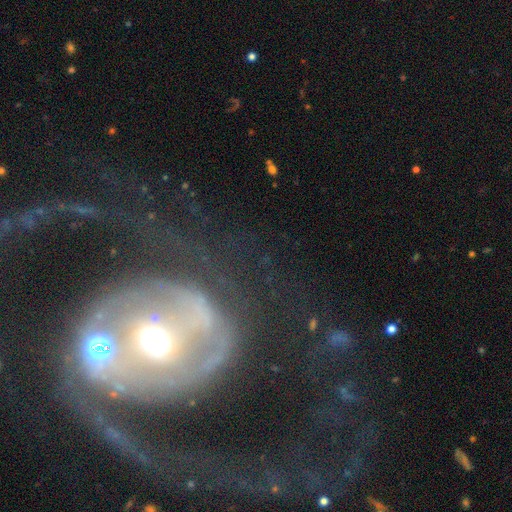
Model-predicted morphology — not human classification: This appears to be a featured or disk galaxy (83%) with no bar (48%), 2 (57%) medium (39%) spiral arms (82%) and a moderate central bulge (65%). Merging: none (35%, tied with major disturbance).